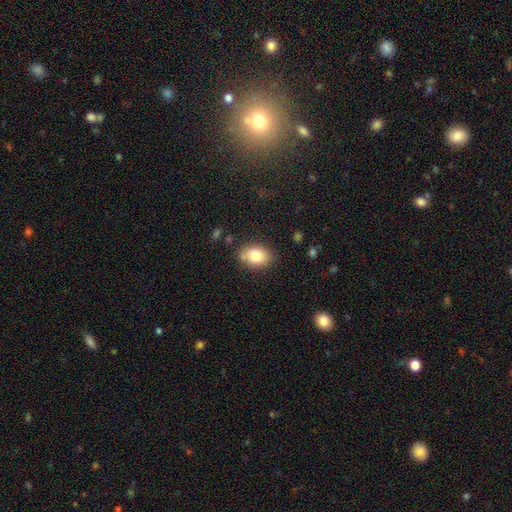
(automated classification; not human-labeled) A smooth galaxy with no disk features (81%) that is in between round and cigar-shaped (75%).

Vote fractions:
- Smooth or featured? smooth: 81% / featured or disk: 11% / star or artifact: 8%
- How rounded? in between: 75% / round: 24% / cigar-shaped: 1%
- Merging? none: 79% / minor disturbance: 14% / merger: 4% / major disturbance: 3%